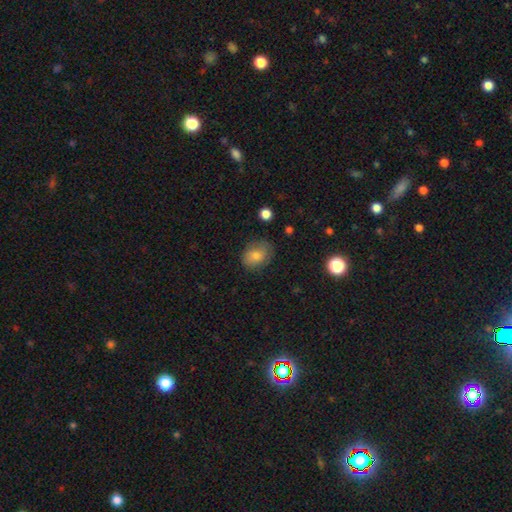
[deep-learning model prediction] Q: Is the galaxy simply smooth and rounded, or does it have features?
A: smooth — 77%.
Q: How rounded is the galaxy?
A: in between — 62%.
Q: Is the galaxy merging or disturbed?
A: none — 73%.